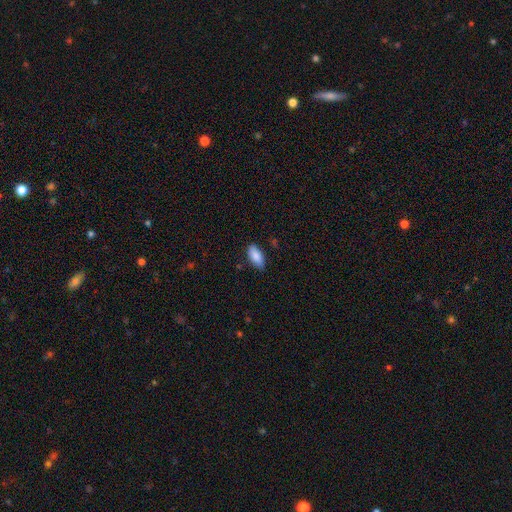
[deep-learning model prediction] smooth_or_featured: smooth (p=0.87) [alt: star or artifact p=0.06]
how_rounded: in between (p=0.89) [alt: cigar-shaped p=0.09]
merging: none (p=0.79) [alt: minor disturbance p=0.17]